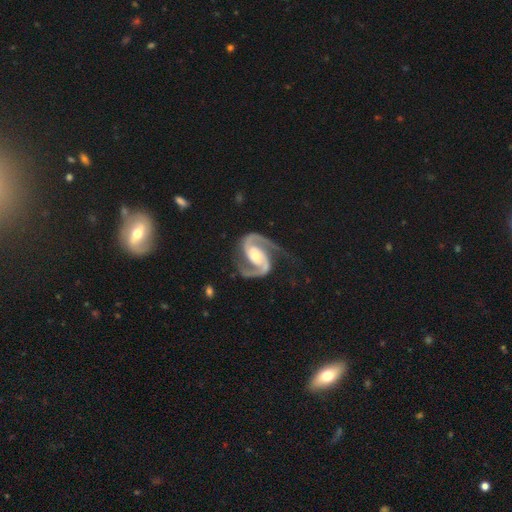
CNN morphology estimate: smooth-or-featured: featured or disk: 94% | star or artifact: 3% | smooth: 2%
  disk-edge-on: no: 98% | yes: 2%
    bar: no: 43% | weak: 32% | strong: 25%
    has-spiral-arms: yes: 99% | no: 1%
      spiral-winding: medium: 63% | tight: 21% | loose: 16%
      spiral-arm-count: 2: 94% | 1: 1% | can't tell: 1% | 3: 1% | 4: 1% | more than 4: 1%
    bulge-size: moderate: 53% | small: 33% | large: 9% | none: 3% | dominant: 1%
  merging: none: 73% | minor disturbance: 16% | major disturbance: 9% | merger: 2%